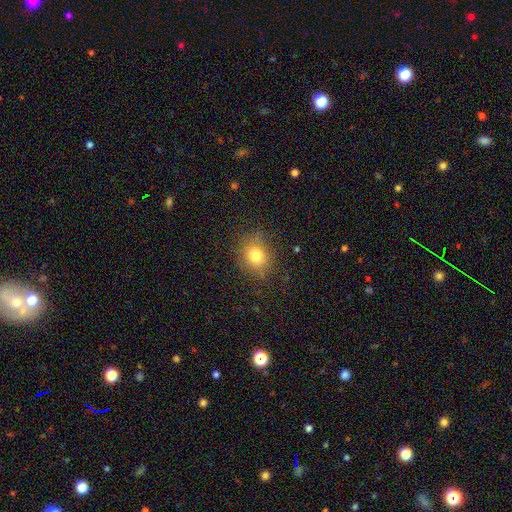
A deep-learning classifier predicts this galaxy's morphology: smooth 76%, star or artifact 14%, featured or disk 10%. Down the decision tree: how rounded — round (68%); merging — none (80%).